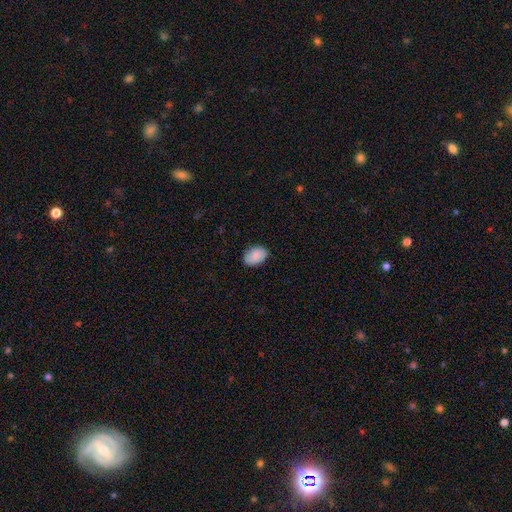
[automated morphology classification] smooth-or-featured: smooth: 83% | featured or disk: 10% | star or artifact: 7%
  how-rounded: in between: 81% | round: 18% | cigar-shaped: 1%
  merging: none: 83% | minor disturbance: 13% | major disturbance: 3% | merger: 1%